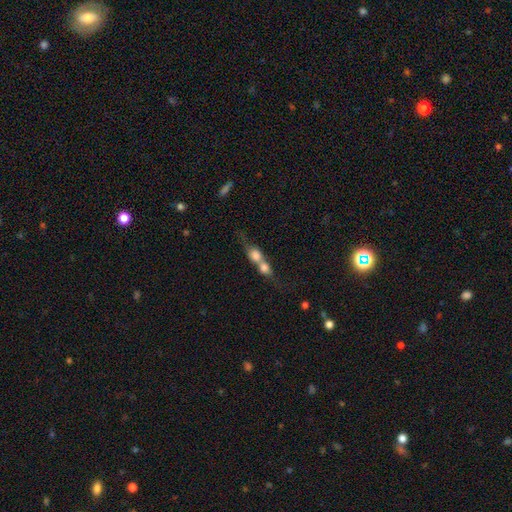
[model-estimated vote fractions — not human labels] A smooth galaxy with no disk features (66%) that is round (48%). Merging: merger (79%).